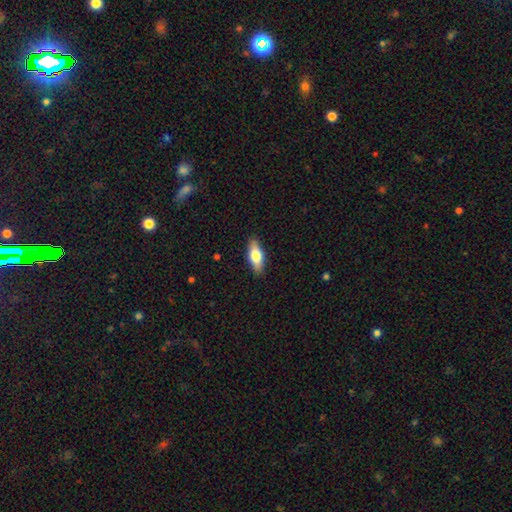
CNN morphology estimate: smooth-or-featured: smooth: 68% | featured or disk: 25% | star or artifact: 6%
  how-rounded: in between: 73% | cigar-shaped: 24% | round: 3%
  merging: none: 88% | minor disturbance: 9% | major disturbance: 2% | merger: 1%